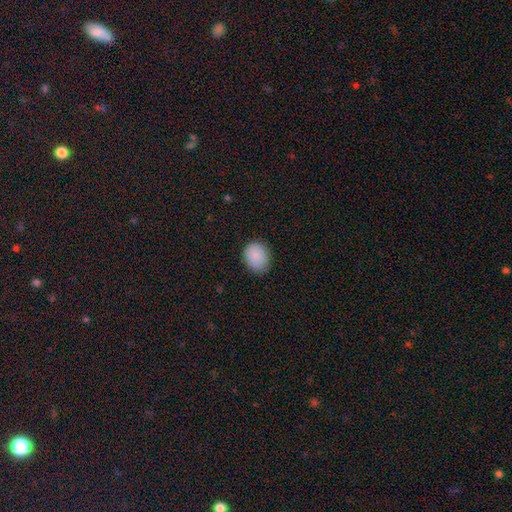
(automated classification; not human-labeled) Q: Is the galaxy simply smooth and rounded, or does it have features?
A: smooth — 89%.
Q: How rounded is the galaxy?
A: in between — 50%.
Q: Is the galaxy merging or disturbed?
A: none — 83%.